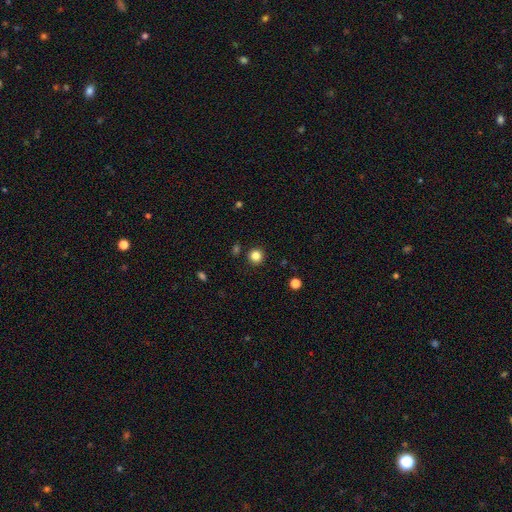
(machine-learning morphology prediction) Smooth or featured? Predicted: smooth (p=0.84). How rounded? Predicted: round (p=0.94). Merging? Predicted: none (p=0.91).